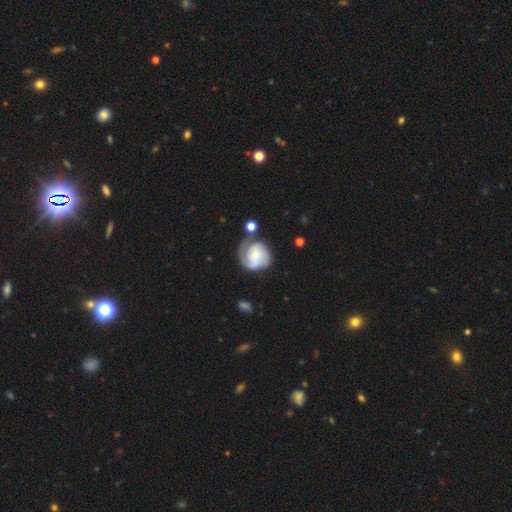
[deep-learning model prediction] Smooth or featured? featured or disk (71%)
Edge-on disk? no (98%)
Bar? no (65%)
Spiral arms? yes (90%)
Spiral winding? tight (50%)
Spiral arm count? 2 (42%)
Bulge size? small (57%)
Merging? none (55%)